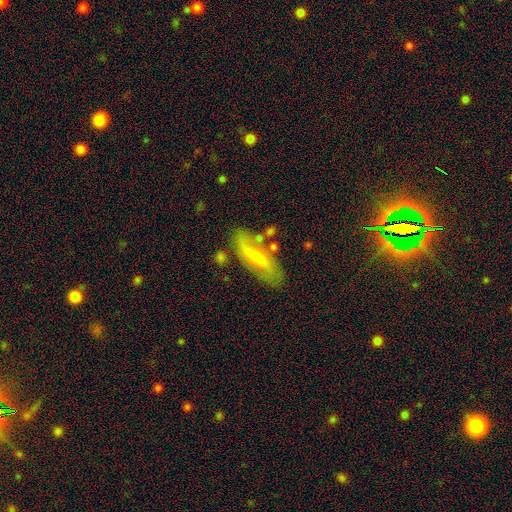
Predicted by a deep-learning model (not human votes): smooth_or_featured: featured or disk (p=0.53) [alt: smooth p=0.40]
disk_edge_on: no (p=0.75) [alt: yes p=0.25]
merging: none (p=0.68) [alt: minor disturbance p=0.19]